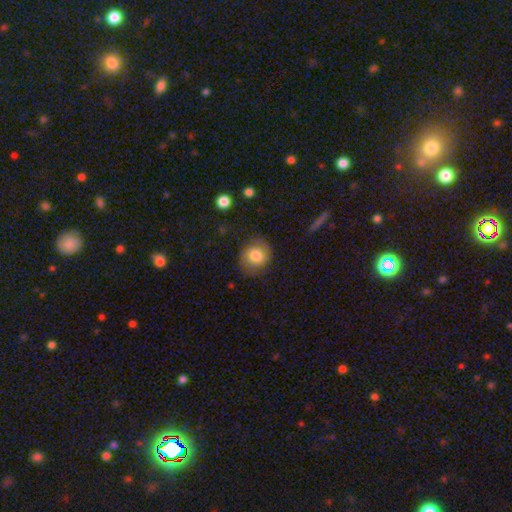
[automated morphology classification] type=smooth (81%); roundness=round (74%); merging=none (79%).